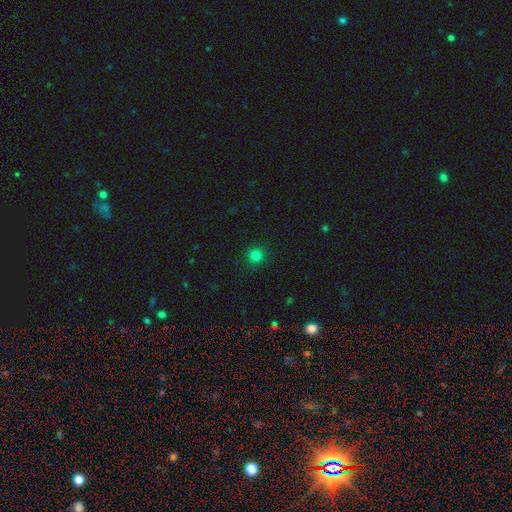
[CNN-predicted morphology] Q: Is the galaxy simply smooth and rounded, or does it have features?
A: smooth — 79%.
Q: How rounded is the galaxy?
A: round — 94%.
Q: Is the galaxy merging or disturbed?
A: none — 91%.